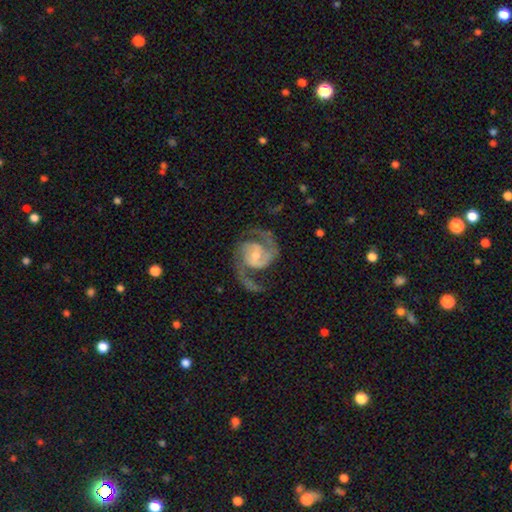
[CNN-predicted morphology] A featured or disk galaxy (91%) with a weak bar (45%), 2 (90%) medium (57%) spiral arms (98%) and a small central bulge (50%). Merging: none (68%).